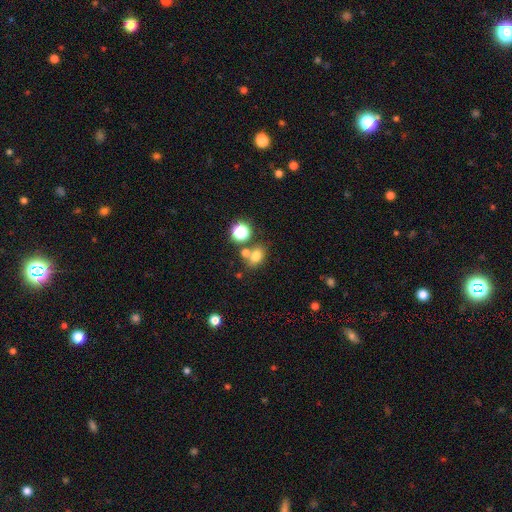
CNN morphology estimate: smooth_or_featured: smooth (p=0.73) [alt: star or artifact p=0.17]
how_rounded: in between (p=0.56) [alt: round p=0.42]
merging: none (p=0.59) [alt: merger p=0.25]